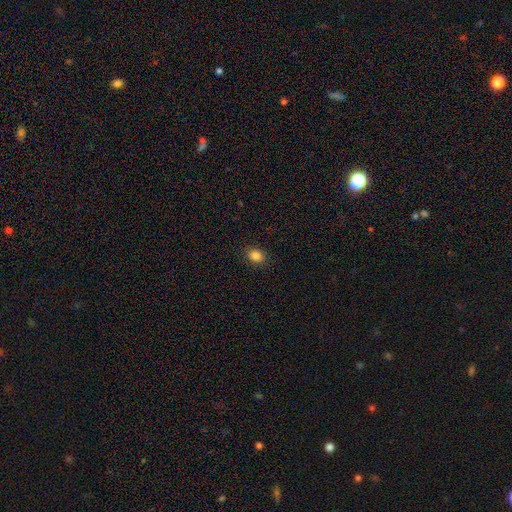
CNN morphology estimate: Q: Smooth or featured?
A: smooth (85%); runner-up: star or artifact (11%)
Q: How rounded?
A: in between (56%); runner-up: round (43%)
Q: Merging?
A: none (89%); runner-up: minor disturbance (8%)